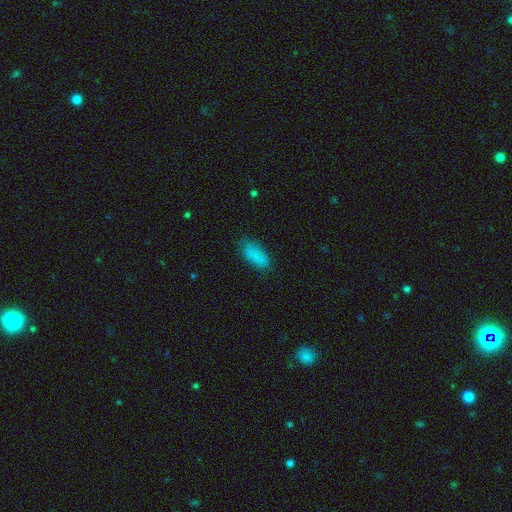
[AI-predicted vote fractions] The model was most divided on "merging": none: 74%, minor disturbance: 19%, major disturbance: 5%, merger: 2%. More confident: smooth or featured — smooth (84%); how rounded — in between (81%).